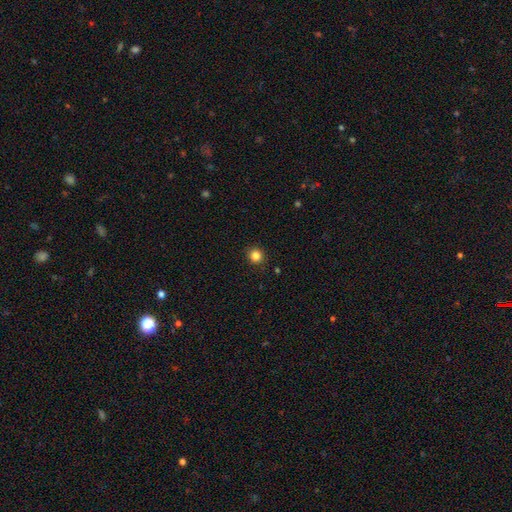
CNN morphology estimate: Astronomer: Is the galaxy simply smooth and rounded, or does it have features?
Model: smooth — 84%.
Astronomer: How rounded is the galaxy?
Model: round — 92%.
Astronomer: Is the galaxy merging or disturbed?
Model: none — 91%.